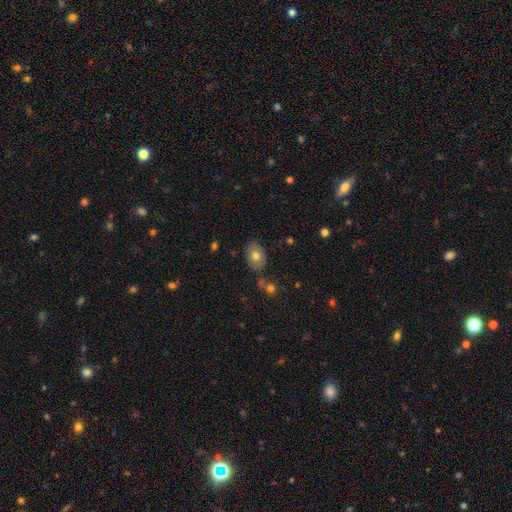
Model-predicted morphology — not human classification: Smooth or featured: smooth — 74% (featured or disk — 17%)
How rounded: in between — 81% (round — 18%)
Merging: none — 76% (minor disturbance — 14%)